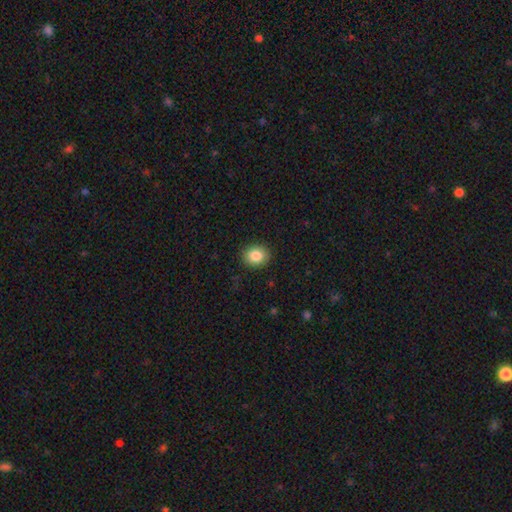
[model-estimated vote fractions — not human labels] Morphology: type=smooth (84%); roundness=round (66%); merging=none (90%).